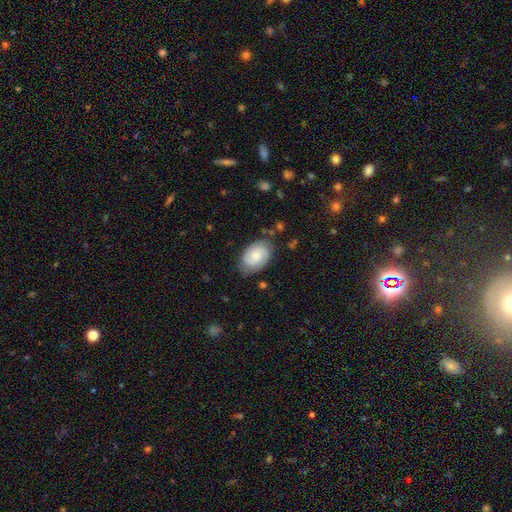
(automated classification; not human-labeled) Smooth or featured? Predicted: featured or disk (p=0.51). Edge-on disk? Predicted: no (p=0.96). Merging? Predicted: none (p=0.75).